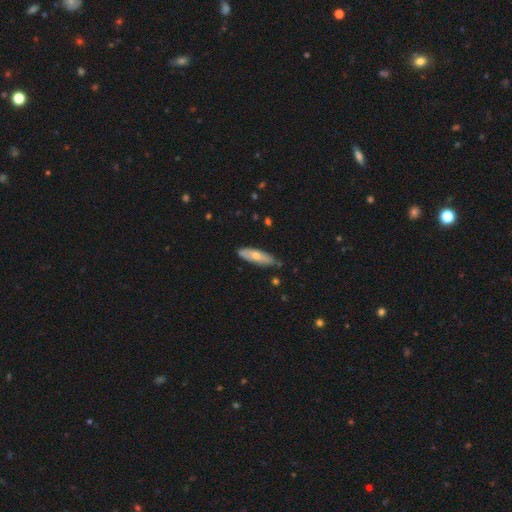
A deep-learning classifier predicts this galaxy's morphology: smooth_or_featured: smooth (p=0.61) [alt: featured or disk p=0.34]
how_rounded: cigar-shaped (p=0.50) [alt: in between p=0.48]
merging: none (p=0.74) [alt: minor disturbance p=0.21]